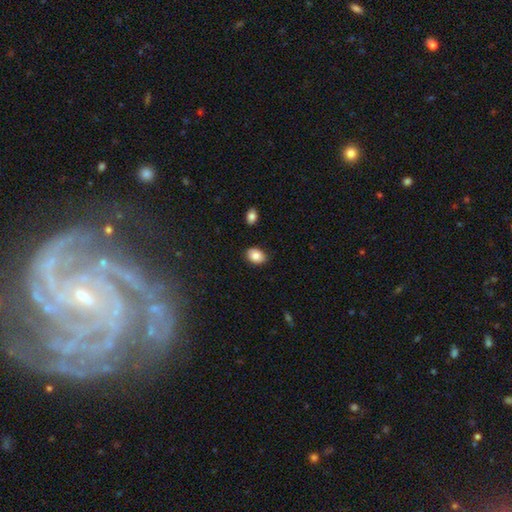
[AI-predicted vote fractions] smooth_or_featured: smooth (p=0.85) [alt: star or artifact p=0.08]
how_rounded: in between (p=0.76) [alt: round p=0.23]
merging: none (p=0.84) [alt: minor disturbance p=0.12]